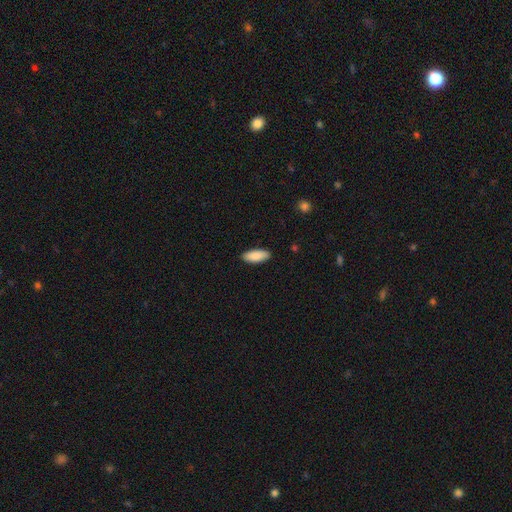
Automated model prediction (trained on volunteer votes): Smooth or featured: smooth — 90% (star or artifact — 6%)
How rounded: in between — 81% (cigar-shaped — 18%)
Merging: none — 90% (minor disturbance — 8%)